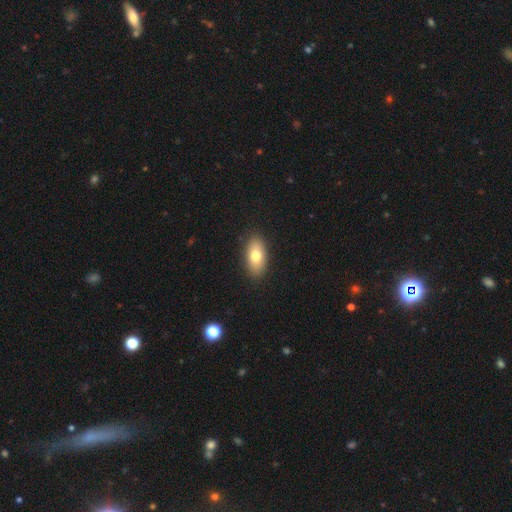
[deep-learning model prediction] smooth-or-featured: smooth: 76% | featured or disk: 17% | star or artifact: 7%
  how-rounded: in between: 90% | round: 5% | cigar-shaped: 5%
  merging: none: 88% | minor disturbance: 8% | major disturbance: 2% | merger: 1%